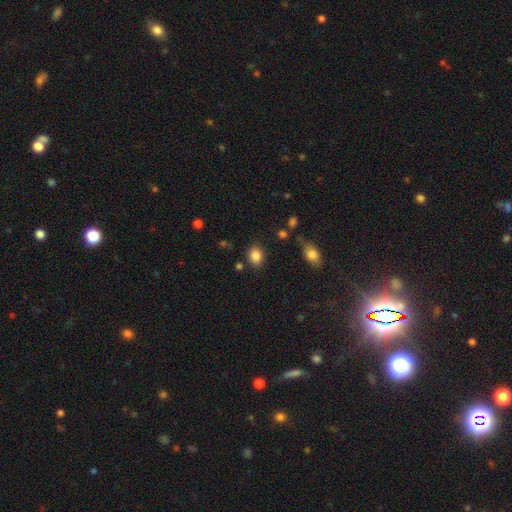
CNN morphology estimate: Smooth or featured?
  - smooth: 85% *
  - star or artifact: 10%
  - featured or disk: 5%
How rounded?
  - in between: 60% *
  - round: 39%
  - cigar-shaped: 1%
Merging?
  - none: 83% *
  - minor disturbance: 11%
  - major disturbance: 3%
  - merger: 3%